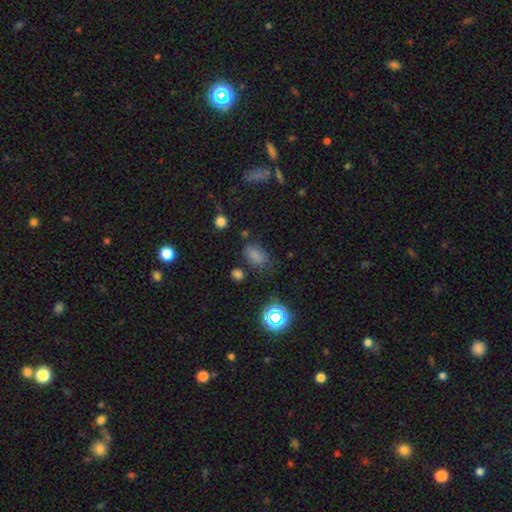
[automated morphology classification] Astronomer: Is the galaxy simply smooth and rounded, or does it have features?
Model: smooth — 72%.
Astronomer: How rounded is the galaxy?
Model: in between — 85%.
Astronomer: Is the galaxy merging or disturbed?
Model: none — 64%.